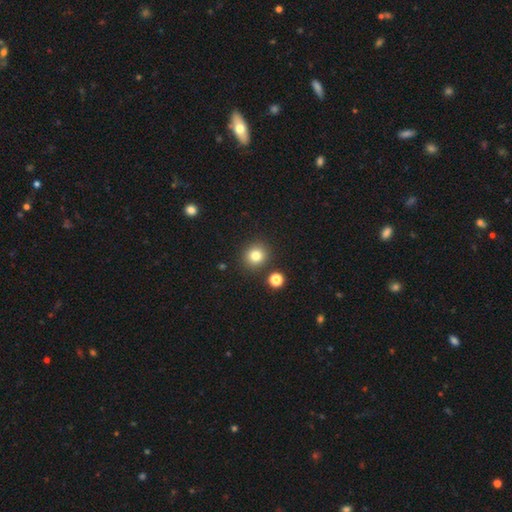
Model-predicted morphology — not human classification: type=smooth (81%); roundness=round (90%); merging=none (87%).